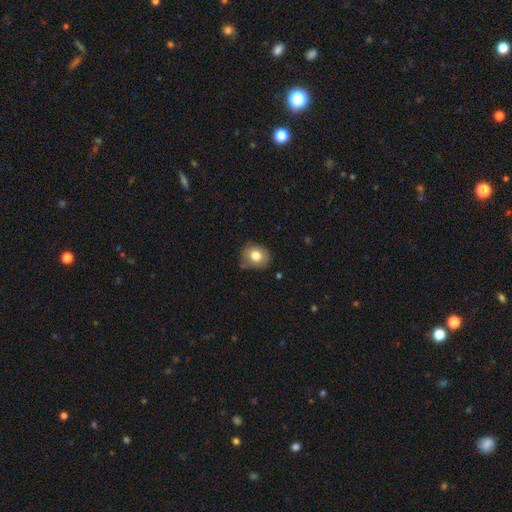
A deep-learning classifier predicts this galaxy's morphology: Q: Smooth or featured?
A: smooth (79%); runner-up: featured or disk (12%)
Q: How rounded?
A: round (62%); runner-up: in between (37%)
Q: Merging?
A: none (77%); runner-up: minor disturbance (17%)